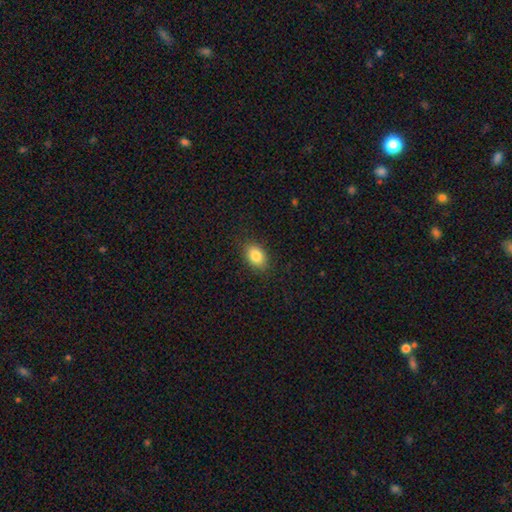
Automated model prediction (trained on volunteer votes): Smooth or featured? smooth (84%)
How rounded? in between (79%)
Merging? none (86%)